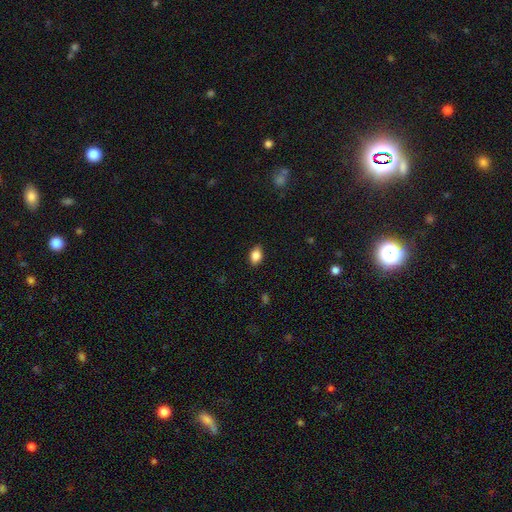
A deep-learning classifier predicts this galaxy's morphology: Q: Smooth or featured?
A: smooth (85%); runner-up: star or artifact (8%)
Q: How rounded?
A: in between (83%); runner-up: round (15%)
Q: Merging?
A: none (86%); runner-up: minor disturbance (11%)